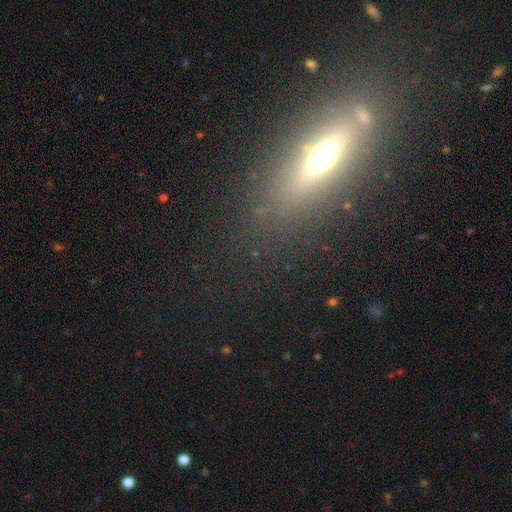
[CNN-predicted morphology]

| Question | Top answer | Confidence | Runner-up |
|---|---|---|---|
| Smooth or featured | featured or disk | 47% | smooth (36%) |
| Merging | none | 81% | minor disturbance (11%) |